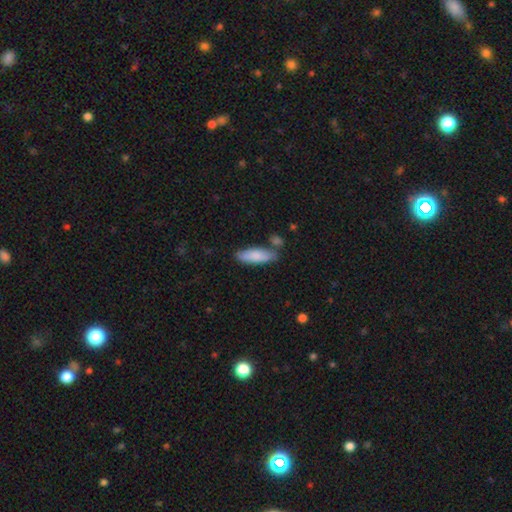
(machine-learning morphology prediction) Smooth or featured: smooth — 82% (featured or disk — 12%)
How rounded: in between — 55% (cigar-shaped — 43%)
Merging: none — 70% (minor disturbance — 17%)